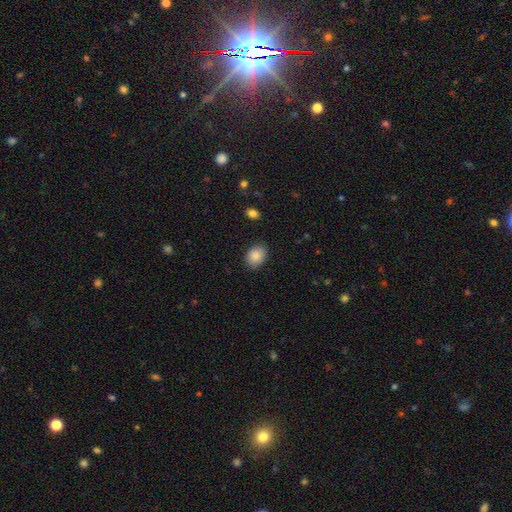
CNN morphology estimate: This is clearly a smooth galaxy (88%). How rounded: likely in between (65%). Merging: clearly none (85%).